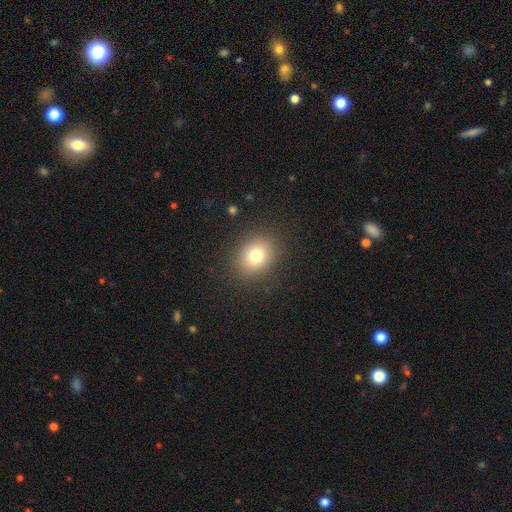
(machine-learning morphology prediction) Smooth or featured?
  - smooth: 77% *
  - star or artifact: 13%
  - featured or disk: 10%
How rounded?
  - round: 58% *
  - in between: 41%
  - cigar-shaped: 1%
Merging?
  - none: 87% *
  - minor disturbance: 8%
  - major disturbance: 4%
  - merger: 1%